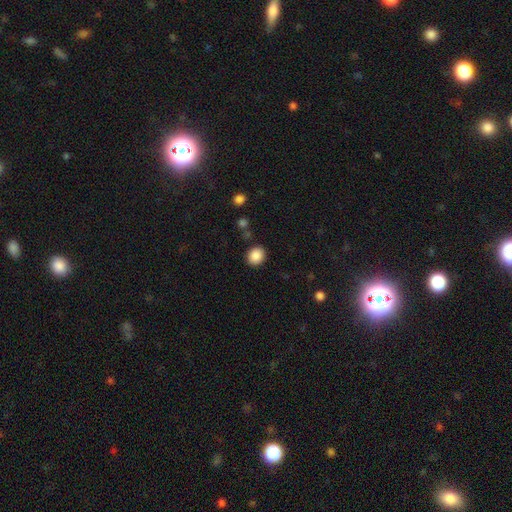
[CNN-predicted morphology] smooth 88%, star or artifact 9%, featured or disk 4%. Down the decision tree: how rounded — round (71%); merging — none (88%).